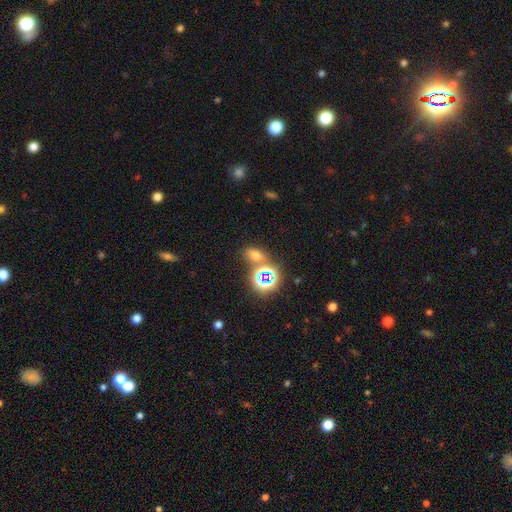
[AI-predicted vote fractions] Q: Smooth or featured?
A: smooth (54%); runner-up: star or artifact (37%)
Q: How rounded?
A: in between (74%); runner-up: round (23%)
Q: Merging?
A: none (63%); runner-up: merger (20%)